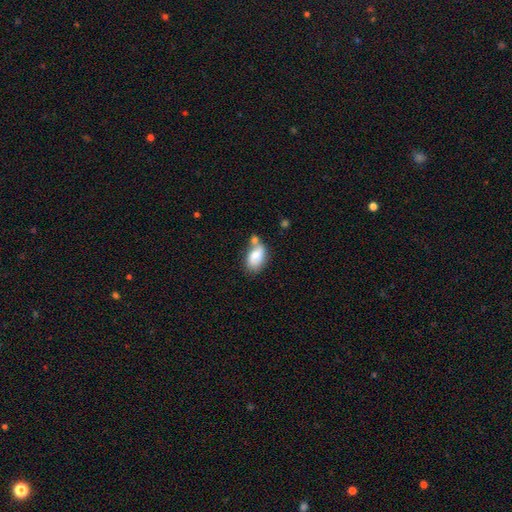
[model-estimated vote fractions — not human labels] Smooth or featured? Predicted: smooth (p=0.76). How rounded? Predicted: in between (p=0.92). Merging? Predicted: none (p=0.39).